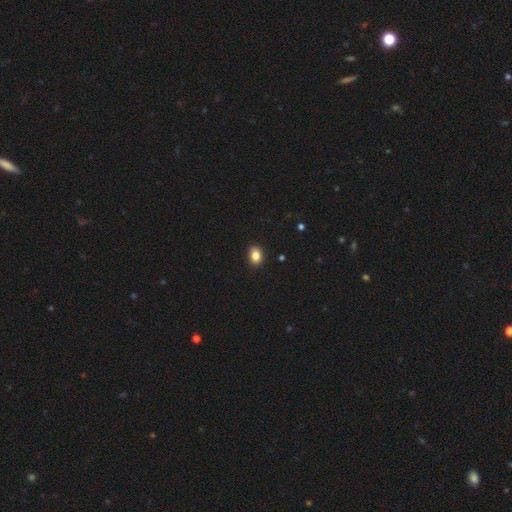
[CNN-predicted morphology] This appears to be a smooth galaxy with no disk features (85%) that is in between round and cigar-shaped (67%). Merging: none (86%).